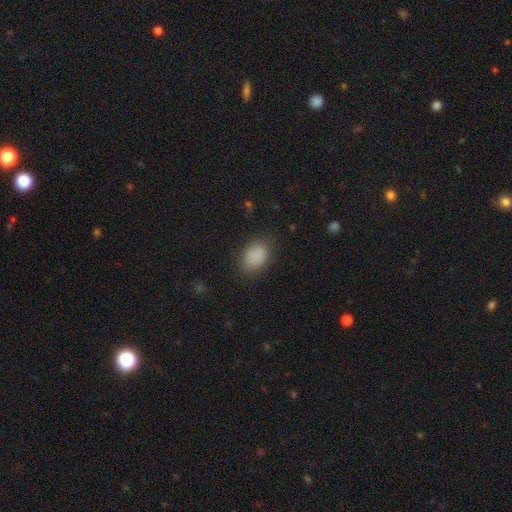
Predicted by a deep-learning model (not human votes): Overall: smooth (85%). How rounded: in between (75%). Merging: none (76%).